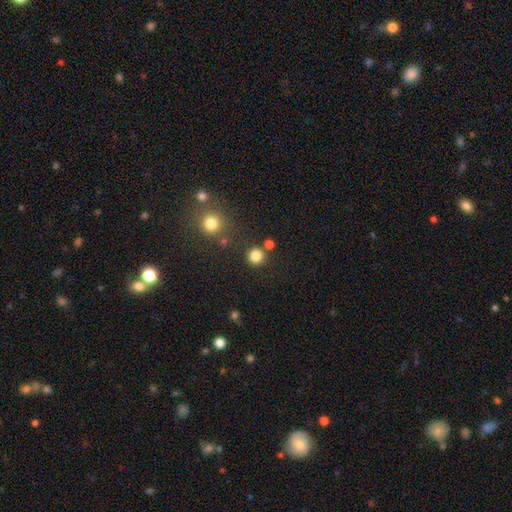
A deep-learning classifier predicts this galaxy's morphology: Smooth or featured? smooth (82%)
How rounded? round (94%)
Merging? none (84%)